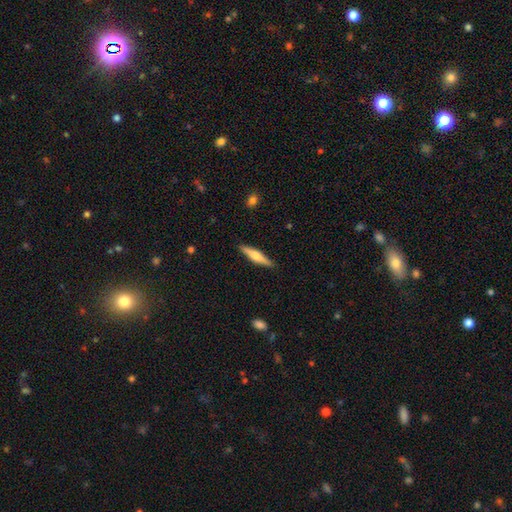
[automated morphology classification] This appears to be a featured or disk galaxy (48%). Merging: none (89%).